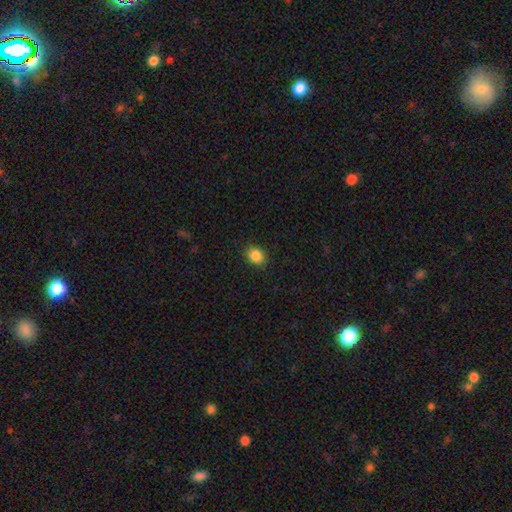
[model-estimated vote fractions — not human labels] Q: Smooth or featured?
A: smooth (86%); runner-up: star or artifact (10%)
Q: How rounded?
A: round (61%); runner-up: in between (38%)
Q: Merging?
A: none (87%); runner-up: minor disturbance (10%)